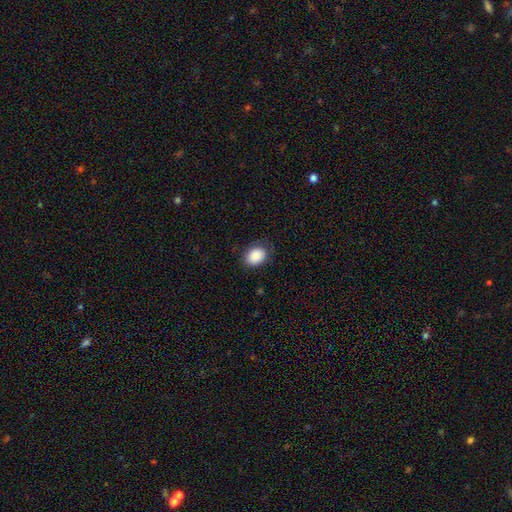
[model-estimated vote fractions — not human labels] Smooth or featured: smooth — 87% (star or artifact — 8%)
How rounded: in between — 67% (round — 32%)
Merging: none — 76% (minor disturbance — 17%)